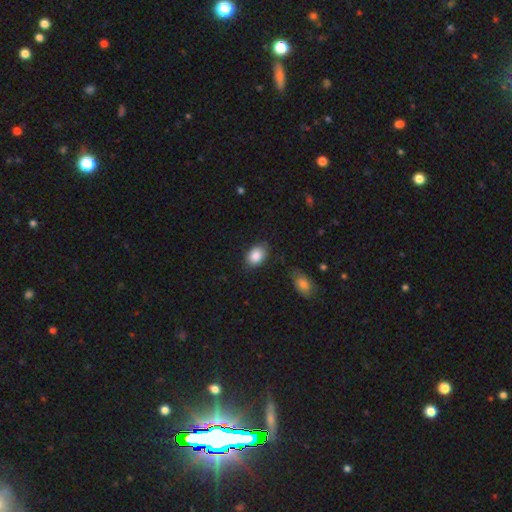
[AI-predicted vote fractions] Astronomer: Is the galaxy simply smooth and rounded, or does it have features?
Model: smooth — 87%.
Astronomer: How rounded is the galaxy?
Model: in between — 83%.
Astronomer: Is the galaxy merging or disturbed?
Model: none — 77%.